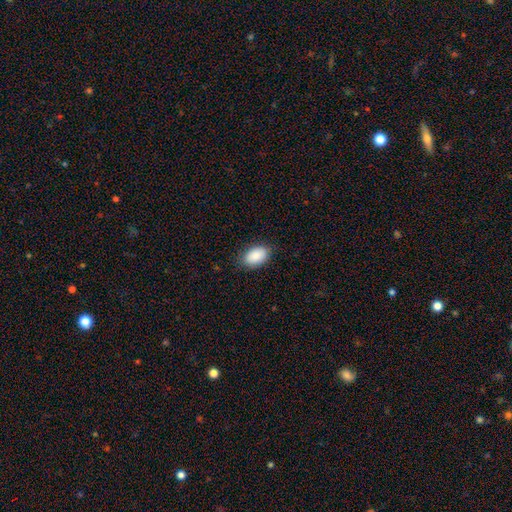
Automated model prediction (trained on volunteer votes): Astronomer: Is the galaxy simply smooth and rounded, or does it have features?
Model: smooth — 88%.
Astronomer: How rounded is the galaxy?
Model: in between — 91%.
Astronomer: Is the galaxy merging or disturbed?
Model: none — 84%.